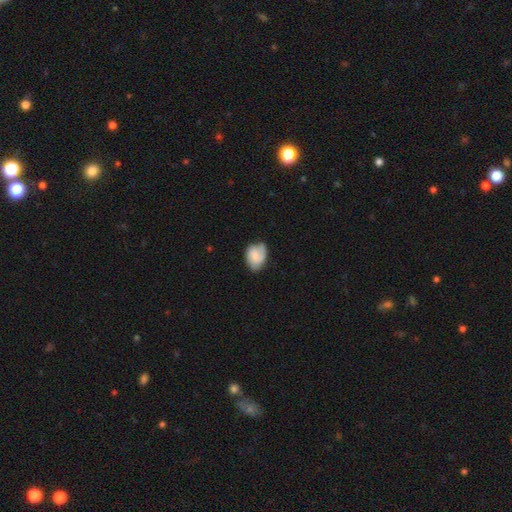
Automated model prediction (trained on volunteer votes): smooth_or_featured: smooth (p=0.56) [alt: featured or disk p=0.37]
how_rounded: in between (p=0.73) [alt: round p=0.26]
merging: none (p=0.57) [alt: minor disturbance p=0.31]